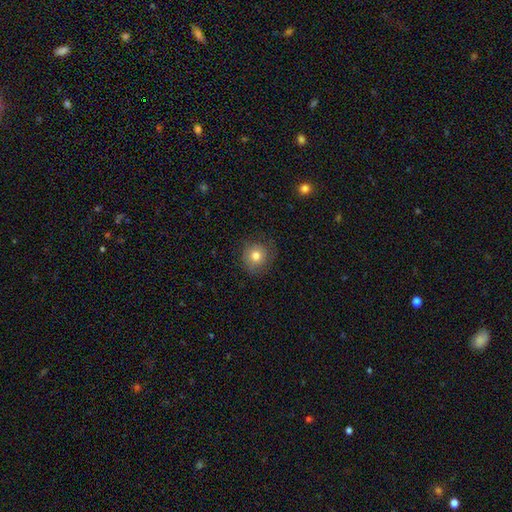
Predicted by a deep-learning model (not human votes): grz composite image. It shows a smooth galaxy with no disk features (77%) that is round (89%). Merging: none (78%).